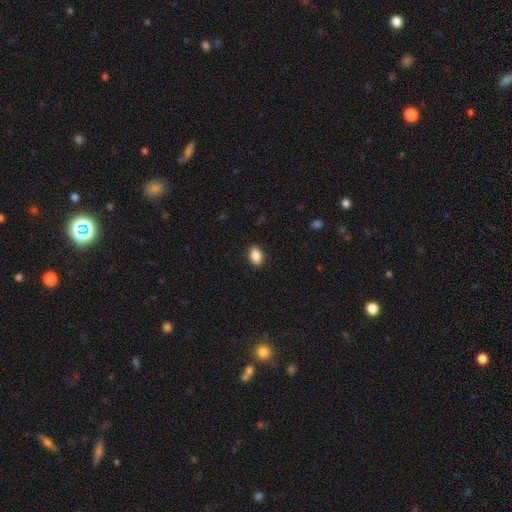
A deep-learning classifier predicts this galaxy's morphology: Smooth or featured? Predicted: smooth (p=0.89). How rounded? Predicted: in between (p=0.86). Merging? Predicted: none (p=0.90).